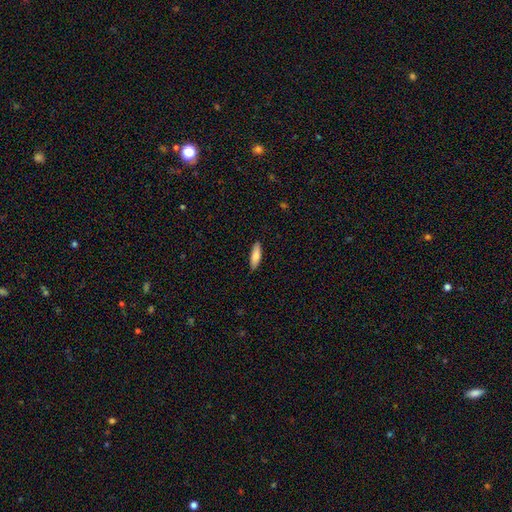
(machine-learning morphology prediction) Smooth or featured? Predicted: smooth (p=0.80). How rounded? Predicted: cigar-shaped (p=0.49, tied with in between). Merging? Predicted: none (p=0.87).